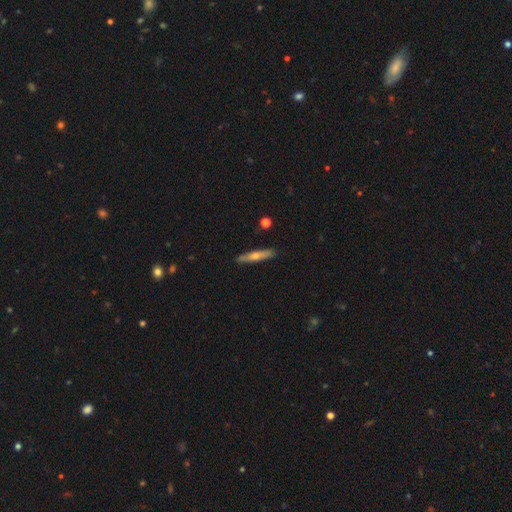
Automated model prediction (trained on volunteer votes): This is possibly a featured or disk galaxy (50%). Merging: clearly none (89%).